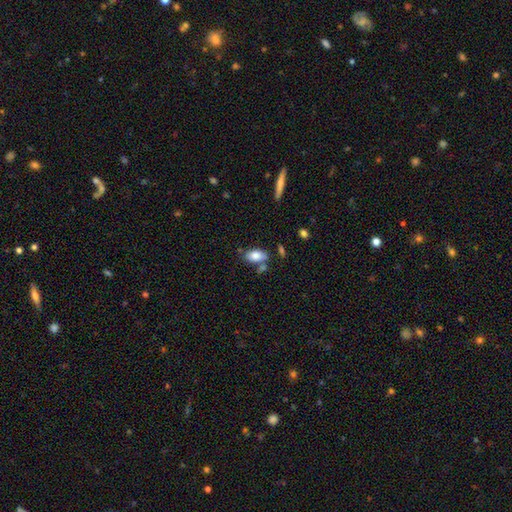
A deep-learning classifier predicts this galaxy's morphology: Smooth or featured? smooth (81%)
How rounded? in between (91%)
Merging? none (65%)